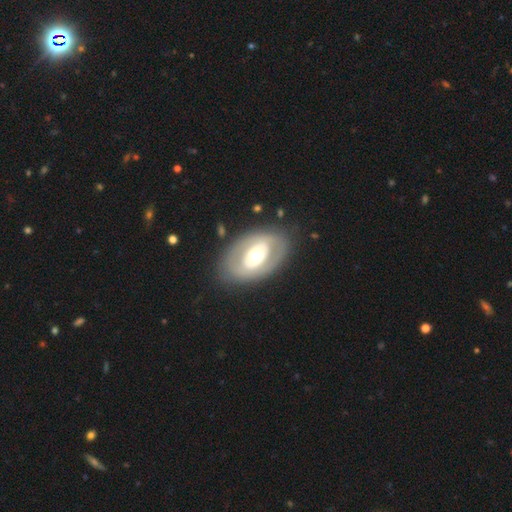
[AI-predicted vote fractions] Q: Smooth or featured?
A: featured or disk (61%); runner-up: smooth (33%)
Q: Edge-on disk?
A: no (92%); runner-up: yes (8%)
Q: Bar?
A: no (64%); runner-up: weak (21%)
Q: Spiral arms?
A: no (78%); runner-up: yes (22%)
Q: Bulge size?
A: moderate (62%); runner-up: large (26%)
Q: Merging?
A: none (79%); runner-up: minor disturbance (13%)